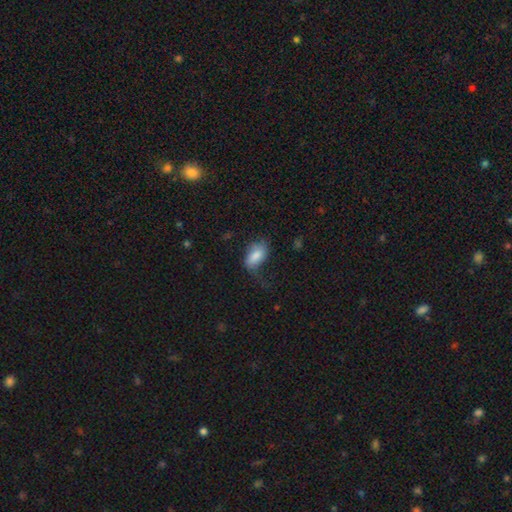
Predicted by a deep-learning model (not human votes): smooth-or-featured: smooth: 79% | featured or disk: 14% | star or artifact: 8%
  how-rounded: in between: 93% | round: 4% | cigar-shaped: 3%
  merging: none: 41% | minor disturbance: 30% | major disturbance: 27% | merger: 3%